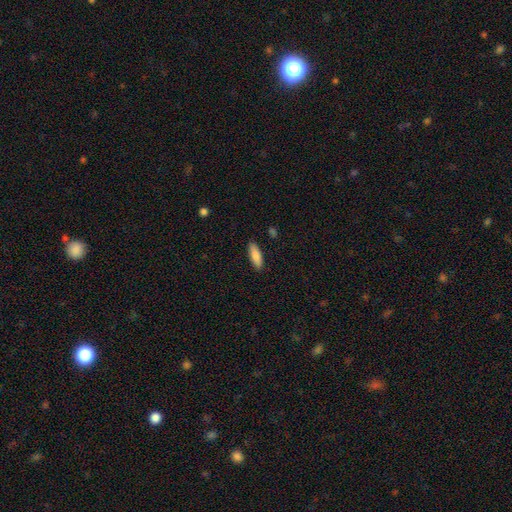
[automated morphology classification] smooth_or_featured: smooth (p=0.85) [alt: featured or disk p=0.09]
how_rounded: in between (p=0.57) [alt: cigar-shaped p=0.41]
merging: none (p=0.88) [alt: minor disturbance p=0.09]